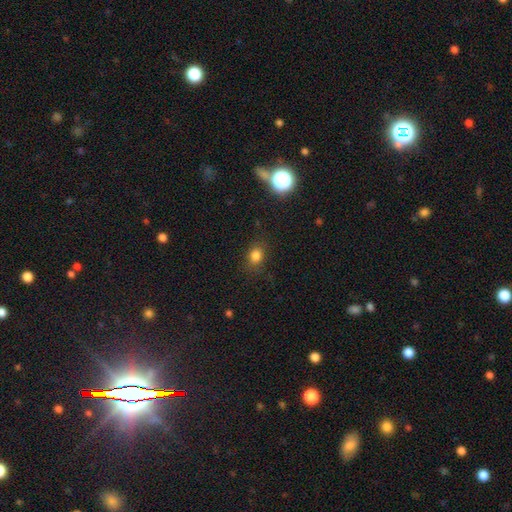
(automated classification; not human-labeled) Morphology: type=smooth (80%); roundness=in between (53%); merging=none (82%).